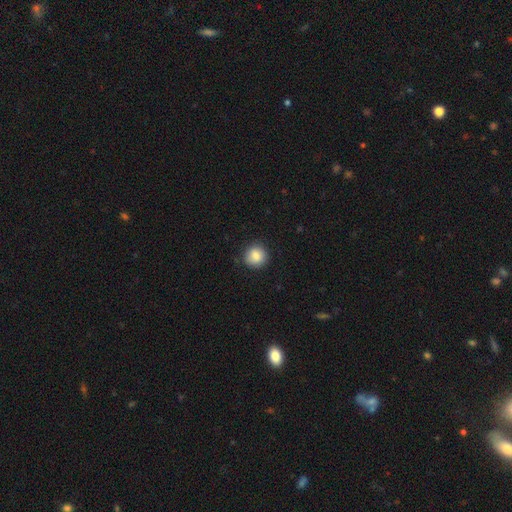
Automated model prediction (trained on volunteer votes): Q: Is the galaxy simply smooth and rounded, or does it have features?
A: smooth — 85%.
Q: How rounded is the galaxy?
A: round — 91%.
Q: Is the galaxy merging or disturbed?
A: none — 86%.